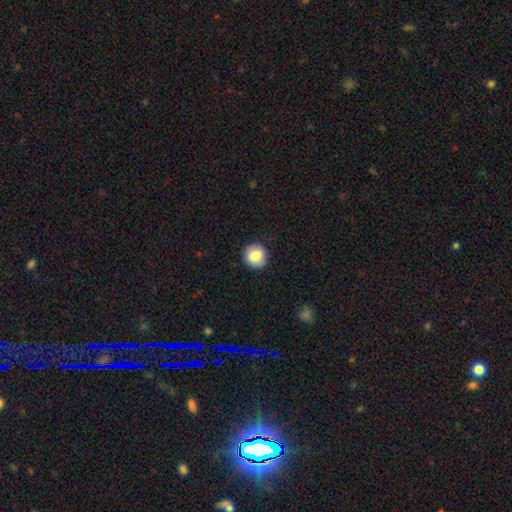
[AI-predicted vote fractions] Smooth or featured: smooth — 81% (featured or disk — 11%)
How rounded: round — 86% (in between — 13%)
Merging: none — 87% (minor disturbance — 9%)